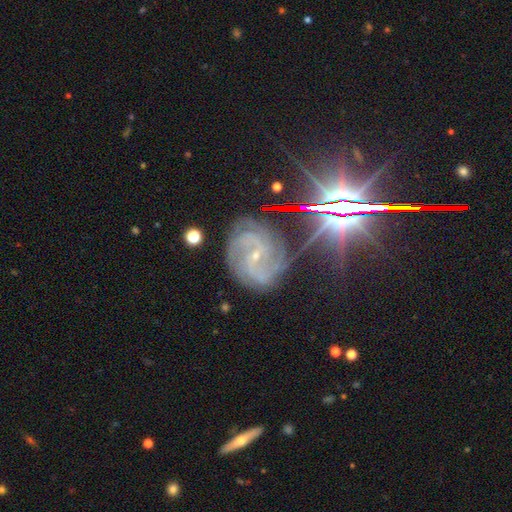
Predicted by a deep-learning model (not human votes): Q: Smooth or featured?
A: featured or disk (80%); runner-up: star or artifact (14%)
Q: Edge-on disk?
A: no (97%); runner-up: yes (3%)
Q: Bar?
A: weak (39%); runner-up: no (38%)
Q: Spiral arms?
A: yes (97%); runner-up: no (3%)
Q: Spiral winding?
A: tight (48%); runner-up: medium (41%)
Q: Spiral arm count?
A: 2 (37%); runner-up: 3 (22%)
Q: Bulge size?
A: small (83%); runner-up: moderate (14%)
Q: Merging?
A: none (74%); runner-up: minor disturbance (17%)